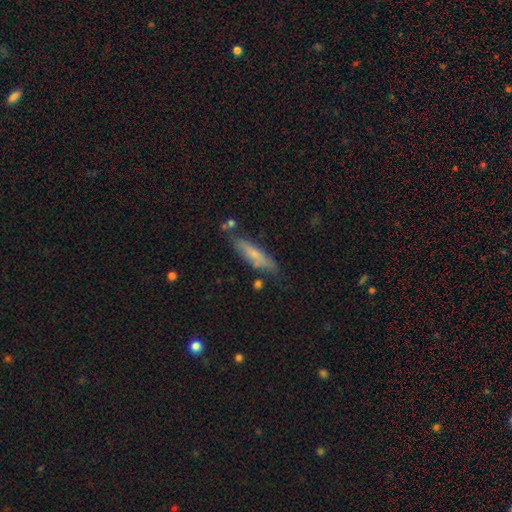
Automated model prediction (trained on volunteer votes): smooth_or_featured: smooth (p=0.64) [alt: featured or disk p=0.30]
how_rounded: cigar-shaped (p=0.75) [alt: in between p=0.23]
merging: none (p=0.73) [alt: minor disturbance p=0.17]